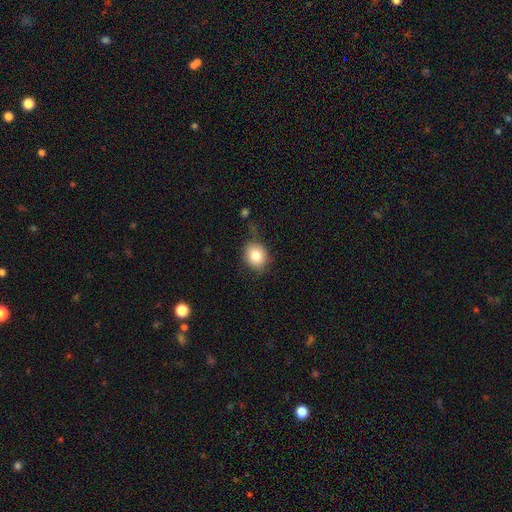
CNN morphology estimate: Overall: smooth (82%). How rounded: round (70%; in between 30%). Merging: none (70%).